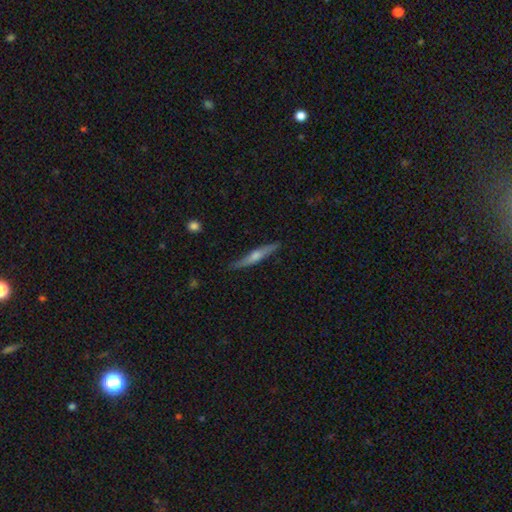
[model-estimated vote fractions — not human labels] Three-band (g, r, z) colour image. It shows a featured or disk galaxy (61%) viewed edge-on (96%) with a rounded central bulge (81%). Merging: none (85%).